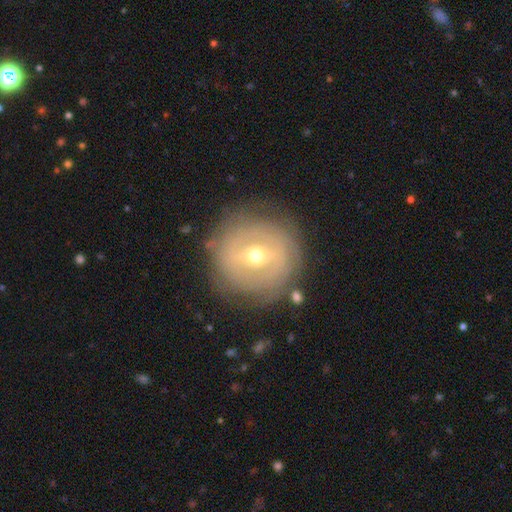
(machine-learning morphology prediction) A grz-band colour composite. It shows a featured or disk galaxy (68%) with a weak bar (47%), spiral arms (55%) and a moderate central bulge (55%). Merging: none (81%).